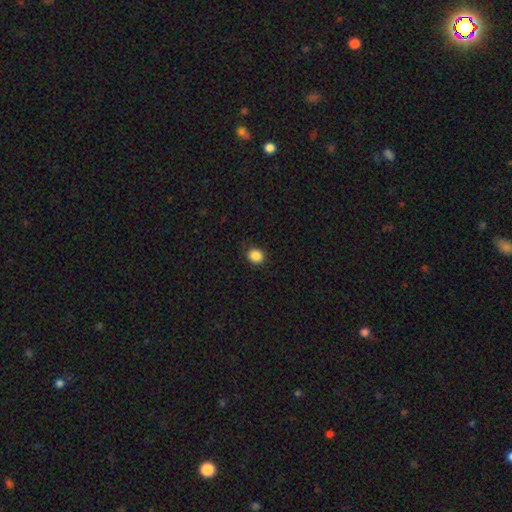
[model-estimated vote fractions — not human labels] A smooth galaxy with no disk features (87%) that is round (71%). Merging: none (86%).